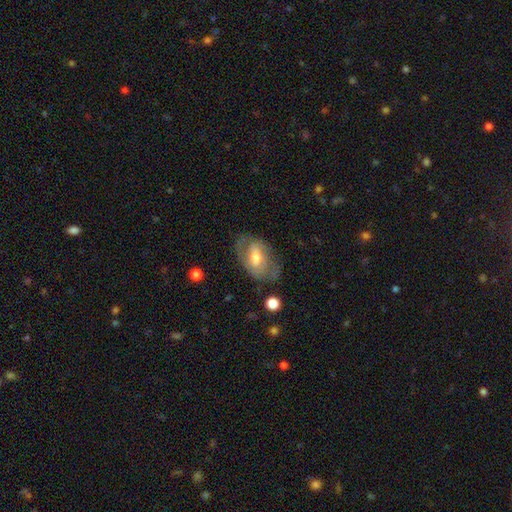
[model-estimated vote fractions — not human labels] featured or disk 61%, smooth 32%, star or artifact 7%. Down the decision tree: edge-on disk — no (94%); bar — weak (45%); spiral arms — yes (71%); bulge size — moderate (62%); merging — none (62%).